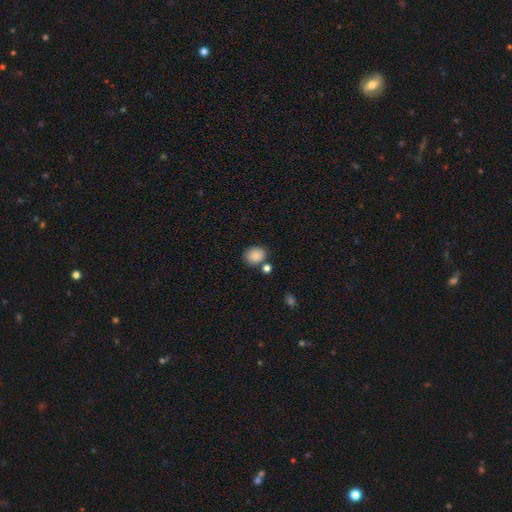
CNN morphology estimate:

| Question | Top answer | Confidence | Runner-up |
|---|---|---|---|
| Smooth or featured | smooth | 87% | star or artifact (9%) |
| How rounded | round | 63% | in between (36%) |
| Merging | none | 75% | minor disturbance (11%) |